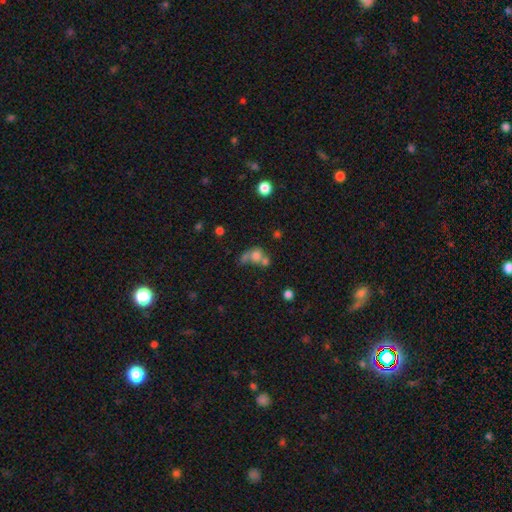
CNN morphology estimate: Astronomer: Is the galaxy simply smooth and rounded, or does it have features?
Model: smooth — 66%.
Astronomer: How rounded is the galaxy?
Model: round — 64%.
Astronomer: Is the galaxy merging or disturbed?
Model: merger — 50% (runner-up: none, 26%).